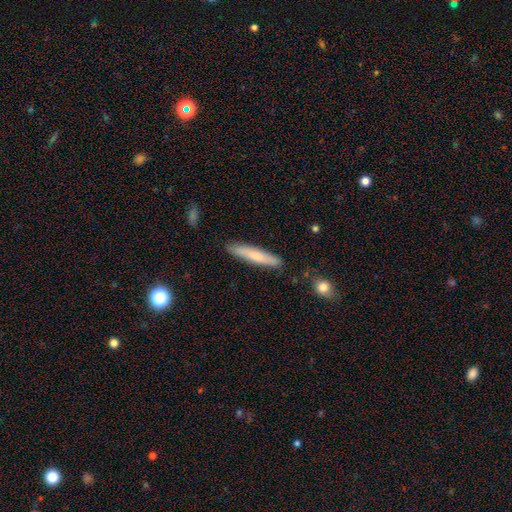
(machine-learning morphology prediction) A smooth galaxy with no disk features (70%) that is cigar-shaped (92%).

Vote fractions:
- Smooth or featured? smooth: 70% / featured or disk: 24% / star or artifact: 6%
- How rounded? cigar-shaped: 92% / in between: 7% / round: 1%
- Merging? none: 87% / minor disturbance: 10% / major disturbance: 2% / merger: 2%